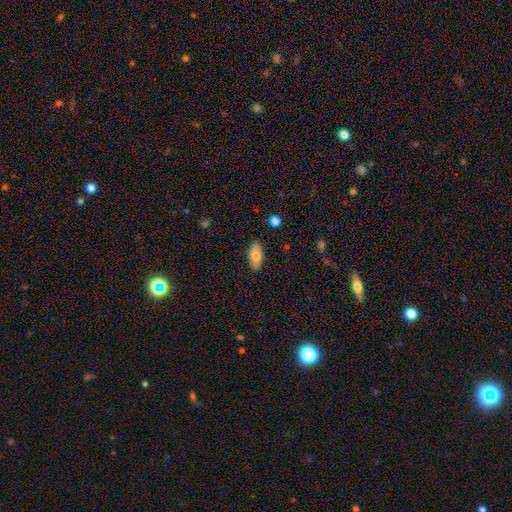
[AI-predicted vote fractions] Smooth or featured: smooth — 72% (featured or disk — 22%)
How rounded: in between — 86% (cigar-shaped — 11%)
Merging: none — 85% (minor disturbance — 12%)